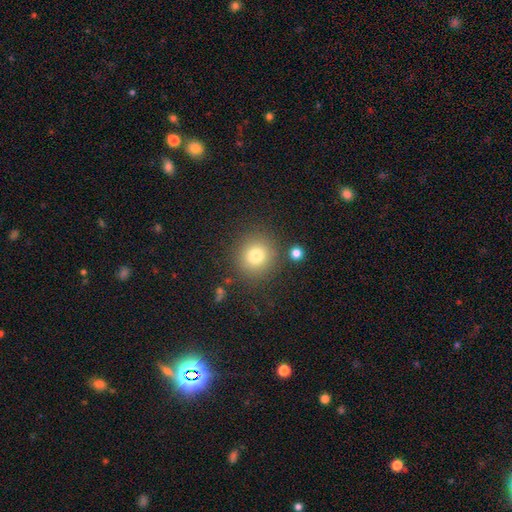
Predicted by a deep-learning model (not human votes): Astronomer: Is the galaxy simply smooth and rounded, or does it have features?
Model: smooth — 77%.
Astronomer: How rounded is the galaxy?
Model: round — 91%.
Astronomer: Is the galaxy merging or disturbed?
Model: none — 83%.